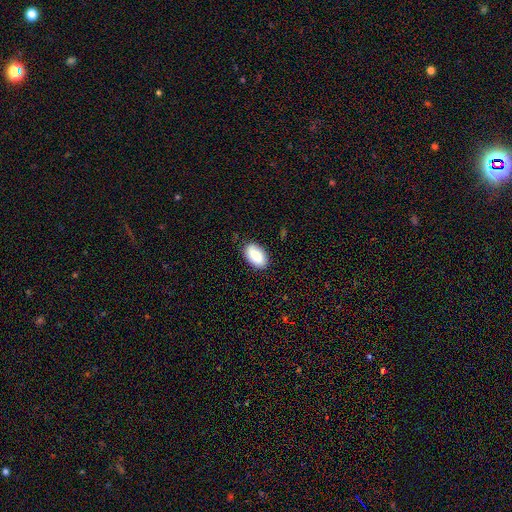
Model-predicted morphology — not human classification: smooth 87%, featured or disk 6%, star or artifact 6%. Down the decision tree: how rounded — in between (94%); merging — none (85%).